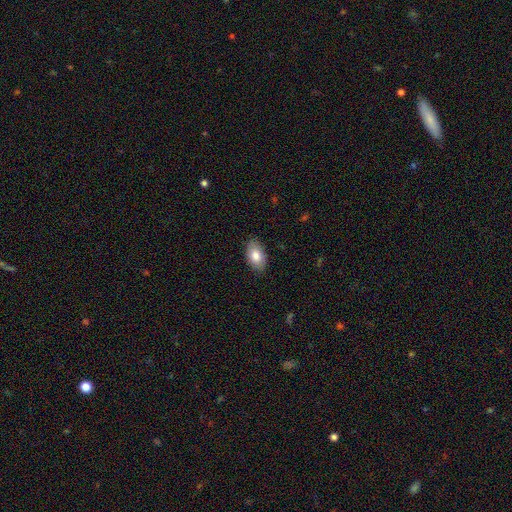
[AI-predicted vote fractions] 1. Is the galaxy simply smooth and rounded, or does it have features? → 81% smooth, 13% featured or disk, 7% star or artifact.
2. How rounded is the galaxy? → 93% in between, 6% round, 1% cigar-shaped.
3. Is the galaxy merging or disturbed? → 86% none, 11% minor disturbance, 2% major disturbance, 1% merger.